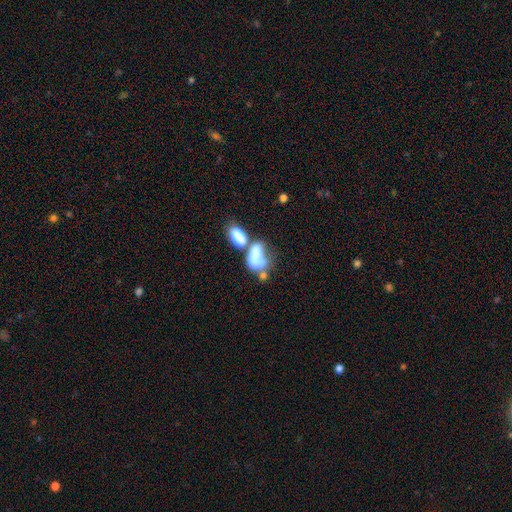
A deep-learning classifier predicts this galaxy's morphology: Smooth or featured? smooth (65%)
How rounded? in between (87%)
Merging? merger (60%)